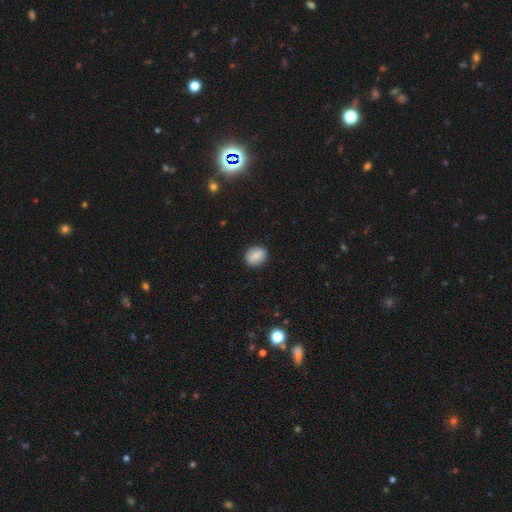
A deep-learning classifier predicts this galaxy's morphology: type=smooth (81%); roundness=round (52%); merging=none (88%).